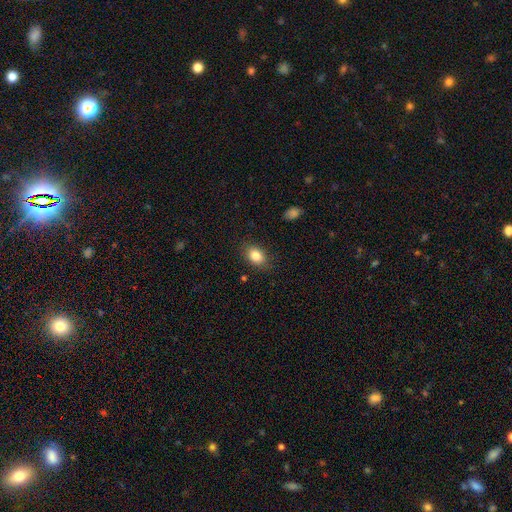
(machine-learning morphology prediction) Overall: smooth (84%). How rounded: in between (77%). Merging: none (84%).